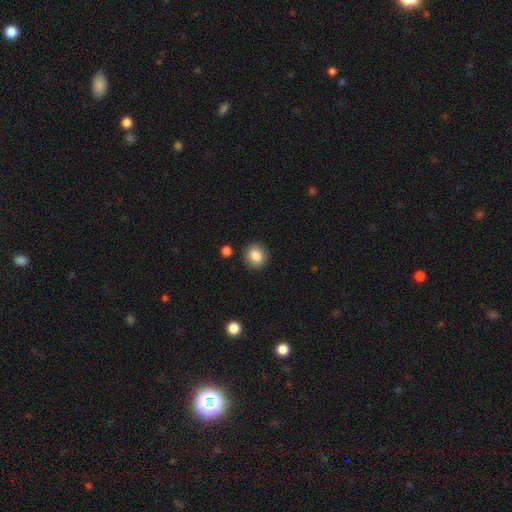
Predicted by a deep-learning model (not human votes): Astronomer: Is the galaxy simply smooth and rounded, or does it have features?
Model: smooth — 87%.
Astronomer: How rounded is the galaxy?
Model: round — 85%.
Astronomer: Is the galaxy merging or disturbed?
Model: none — 89%.